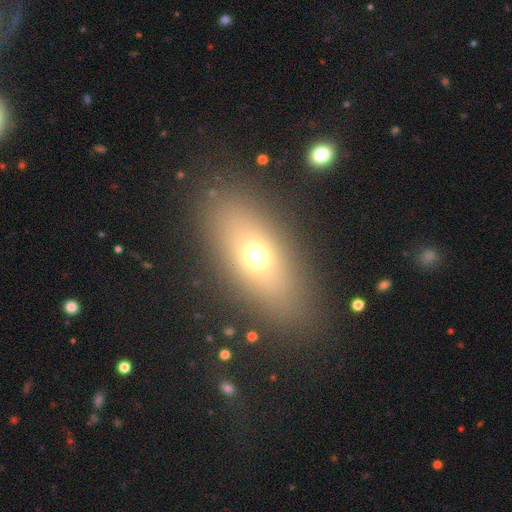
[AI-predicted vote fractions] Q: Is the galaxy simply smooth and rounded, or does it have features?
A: smooth — 64%.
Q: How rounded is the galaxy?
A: in between — 71%.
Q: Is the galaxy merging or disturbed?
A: none — 85%.